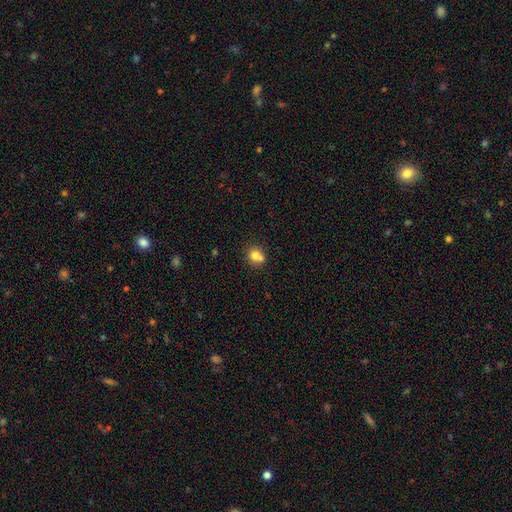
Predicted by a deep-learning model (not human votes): Smooth or featured? Predicted: smooth (p=0.75). How rounded? Predicted: round (p=0.80). Merging? Predicted: none (p=0.47).